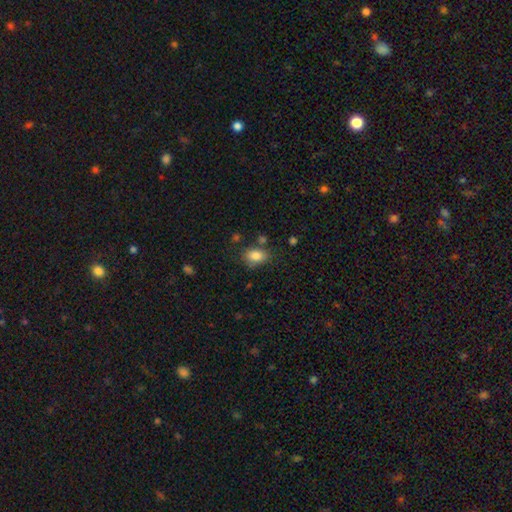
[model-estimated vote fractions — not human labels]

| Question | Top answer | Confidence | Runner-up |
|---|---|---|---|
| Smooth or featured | smooth | 84% | star or artifact (9%) |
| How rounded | in between | 74% | round (25%) |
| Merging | none | 70% | minor disturbance (18%) |